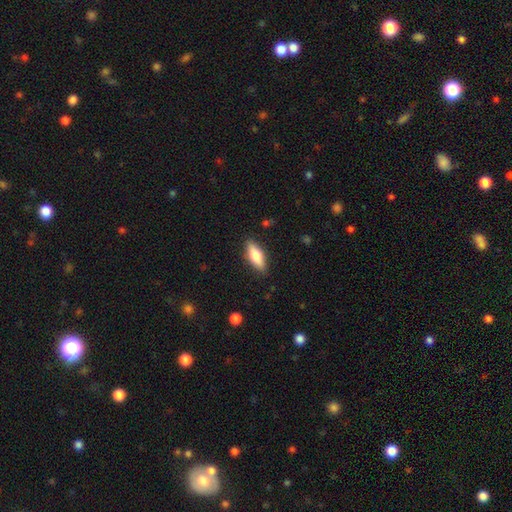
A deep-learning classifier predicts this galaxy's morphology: smooth 67%, featured or disk 27%, star or artifact 6%. Down the decision tree: how rounded — in between (62%); merging — none (87%).